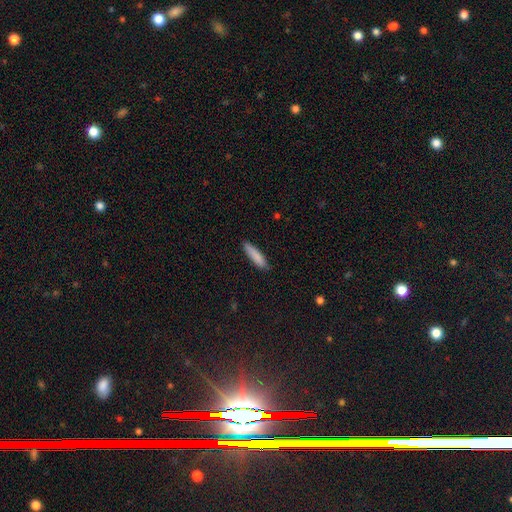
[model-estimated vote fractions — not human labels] This appears to be a smooth galaxy with no disk features (85%) that is cigar-shaped (78%). Merging: none (85%).